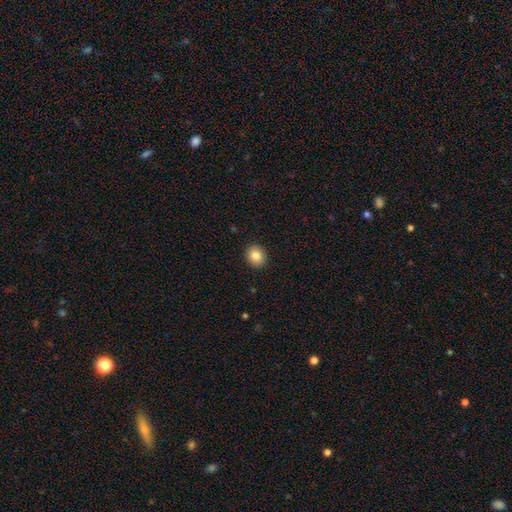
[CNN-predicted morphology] smooth_or_featured: smooth (p=0.84) [alt: star or artifact p=0.09]
how_rounded: round (p=0.70) [alt: in between p=0.29]
merging: none (p=0.91) [alt: minor disturbance p=0.06]